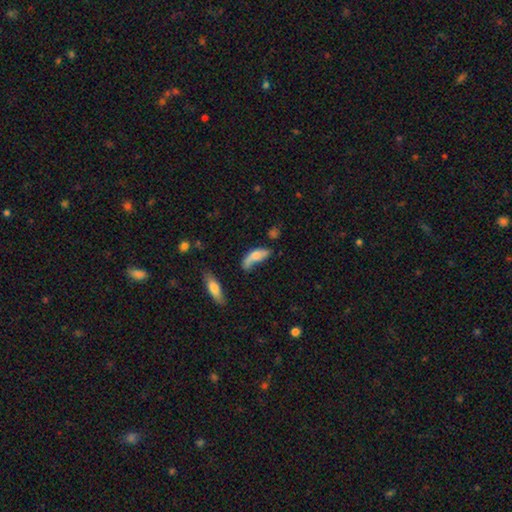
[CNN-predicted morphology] Overall: smooth (65%; featured or disk 26%). How rounded: in between (67%; cigar-shaped 29%). Merging: none (29%; major disturbance 27%).